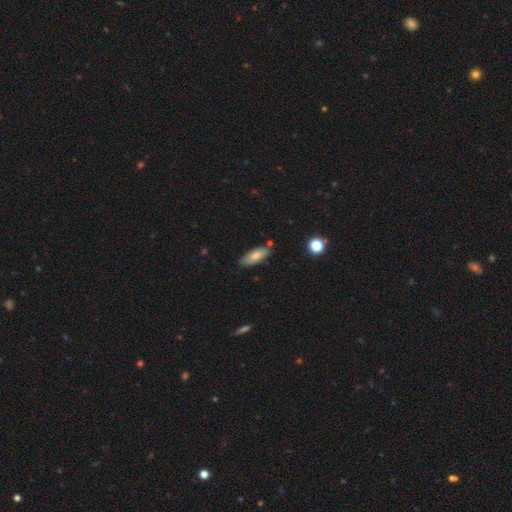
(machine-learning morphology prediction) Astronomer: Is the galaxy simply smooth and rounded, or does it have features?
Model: smooth — 78%.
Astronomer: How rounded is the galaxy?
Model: in between — 72%.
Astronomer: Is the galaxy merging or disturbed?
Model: none — 78%.